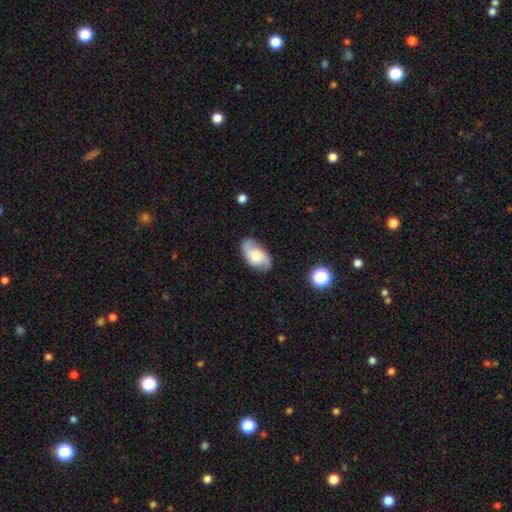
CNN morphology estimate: Smooth or featured?
  - featured or disk: 60% *
  - smooth: 33%
  - star or artifact: 8%
Edge-on disk?
  - no: 95% *
  - yes: 5%
Bar?
  - no: 64% *
  - weak: 31%
  - strong: 5%
Spiral arms?
  - yes: 92% *
  - no: 8%
Spiral winding?
  - medium: 47% *
  - loose: 28%
  - tight: 25%
Spiral arm count?
  - 2: 85% *
  - can't tell: 8%
  - 1: 3%
  - 3: 3%
  - 4: 1%
  - more than 4: 1%
Bulge size?
  - moderate: 35% *
  - small: 25%
  - large: 23%
  - none: 13%
  - dominant: 4%
Merging?
  - none: 77% *
  - minor disturbance: 17%
  - major disturbance: 5%
  - merger: 2%